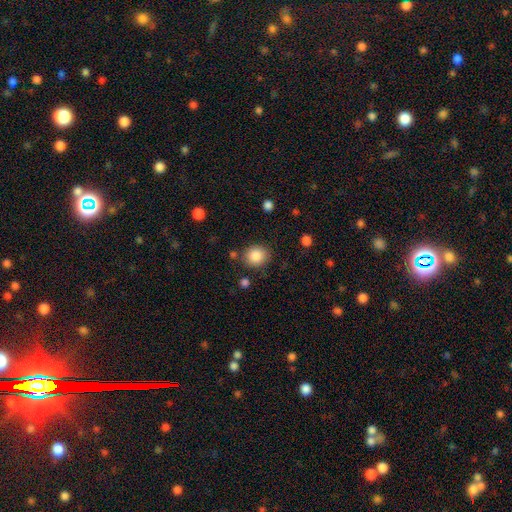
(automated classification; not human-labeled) smooth-or-featured: smooth: 86% | star or artifact: 9% | featured or disk: 5%
  how-rounded: round: 80% | in between: 20% | cigar-shaped: 1%
  merging: none: 83% | minor disturbance: 10% | merger: 4% | major disturbance: 3%